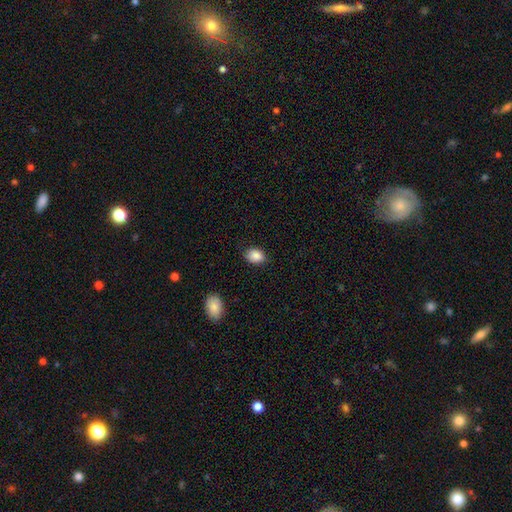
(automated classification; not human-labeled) Smooth or featured? smooth (87%)
How rounded? in between (72%)
Merging? none (81%)